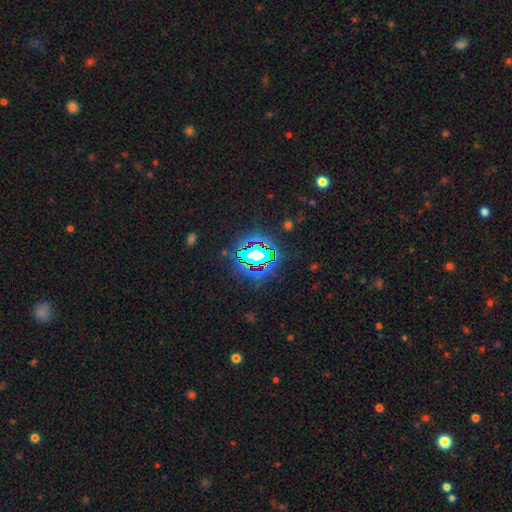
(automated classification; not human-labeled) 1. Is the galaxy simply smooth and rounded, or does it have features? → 76% star or artifact, 14% smooth, 11% featured or disk.